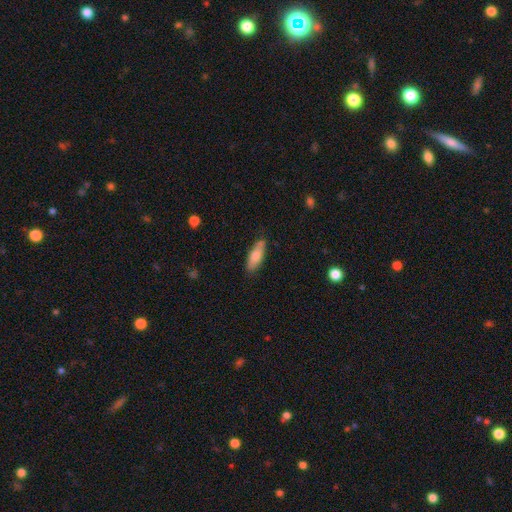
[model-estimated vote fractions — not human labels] A smooth galaxy with no disk features (75%) that is in between round and cigar-shaped (63%).

Vote fractions:
- Smooth or featured? smooth: 75% / featured or disk: 19% / star or artifact: 6%
- How rounded? in between: 63% / cigar-shaped: 35% / round: 2%
- Merging? none: 79% / minor disturbance: 16% / major disturbance: 3% / merger: 2%